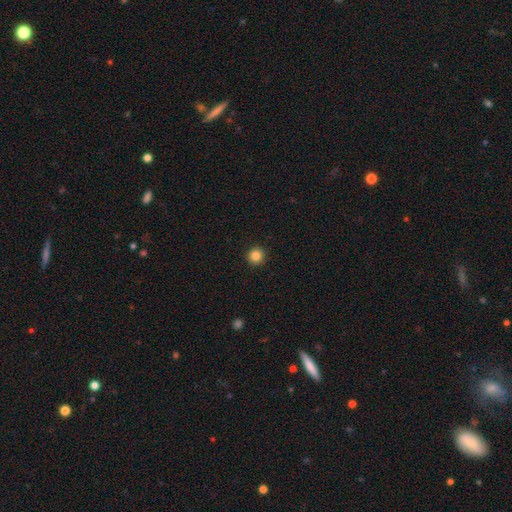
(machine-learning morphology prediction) Smooth or featured? smooth (85%)
How rounded? round (95%)
Merging? none (94%)